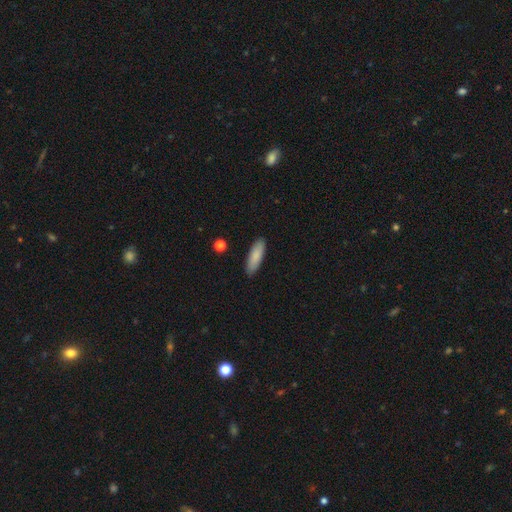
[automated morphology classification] Smooth or featured: smooth — 87% (featured or disk — 8%)
How rounded: in between — 51% (cigar-shaped — 47%)
Merging: none — 89% (minor disturbance — 8%)